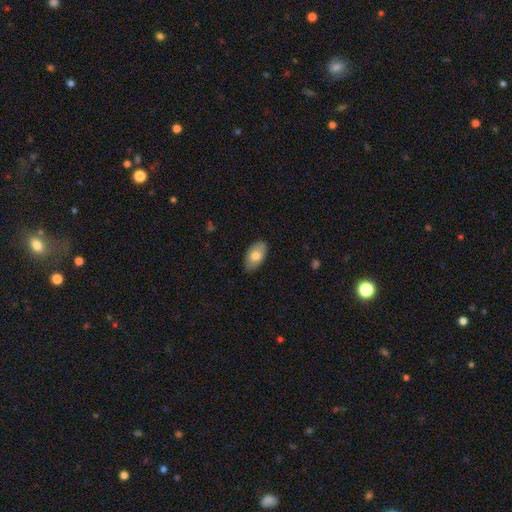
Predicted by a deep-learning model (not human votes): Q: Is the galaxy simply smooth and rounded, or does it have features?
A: smooth — 76%.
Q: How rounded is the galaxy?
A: in between — 94%.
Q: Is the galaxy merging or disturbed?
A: none — 84%.